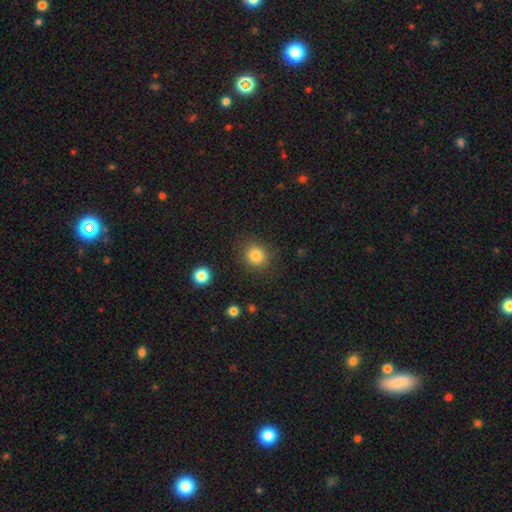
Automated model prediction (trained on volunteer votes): This is clearly a smooth galaxy (83%). How rounded: likely round (78%). Merging: clearly none (86%).